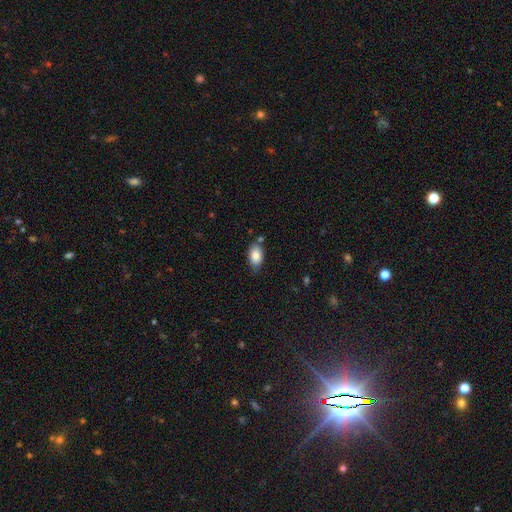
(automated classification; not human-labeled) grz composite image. It shows a smooth galaxy with no disk features (85%) that is in between round and cigar-shaped (90%). Merging: none (70%).